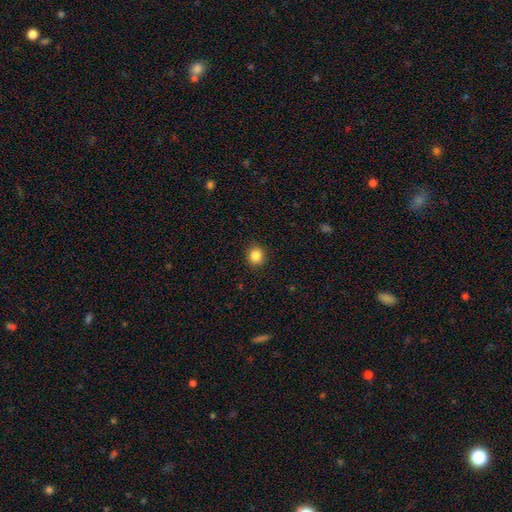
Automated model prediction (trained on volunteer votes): Smooth or featured? smooth (86%)
How rounded? round (88%)
Merging? none (91%)